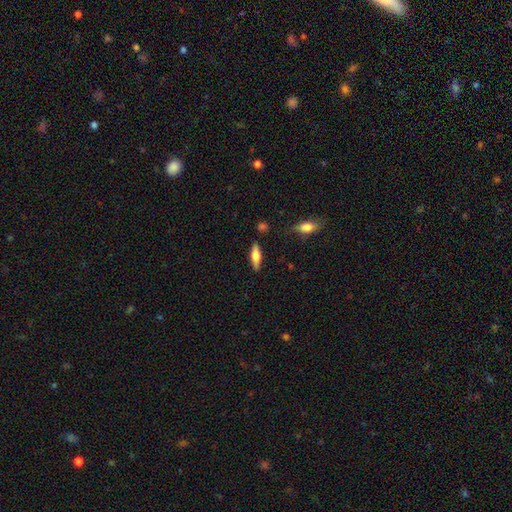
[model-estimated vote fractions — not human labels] This appears to be a smooth galaxy with no disk features (61%) that is cigar-shaped (51%). Merging: none (85%).